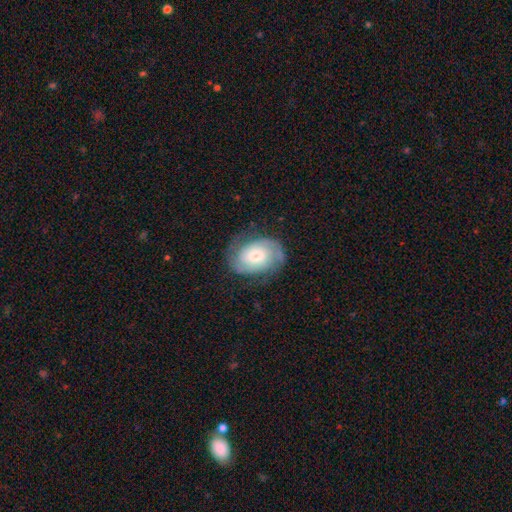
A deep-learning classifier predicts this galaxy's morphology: Overall: featured or disk (74%). Edge-on disk: no (97%). Bar: no (65%; weak 28%). Spiral arms: yes (93%). Spiral arm count: 2 (80%). Spiral winding: tight (50%; medium 37%). Bulge size: moderate (48%; small 38%). Merging: none (73%).